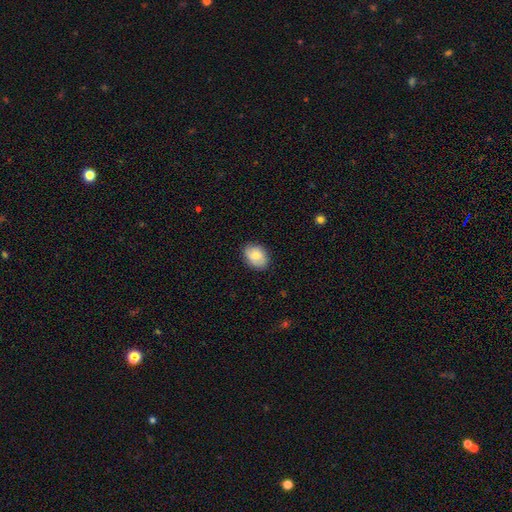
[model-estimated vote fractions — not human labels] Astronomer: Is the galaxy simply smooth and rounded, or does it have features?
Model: smooth — 75%.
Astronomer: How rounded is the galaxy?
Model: in between — 72%.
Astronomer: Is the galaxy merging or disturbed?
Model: none — 82%.